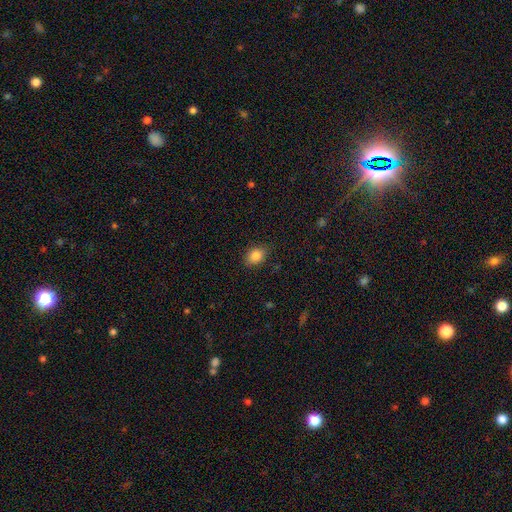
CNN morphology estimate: Overall: smooth (86%). How rounded: in between (70%). Merging: none (86%).